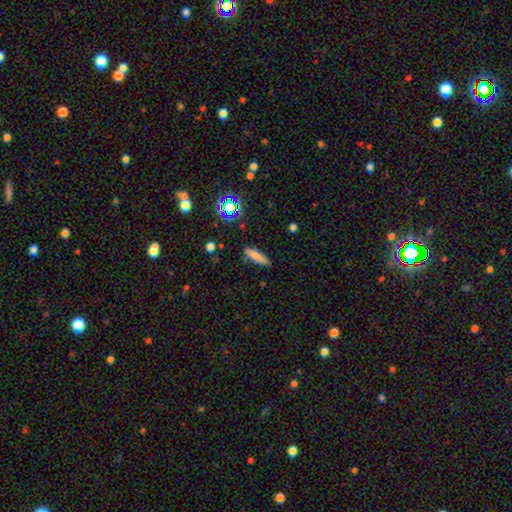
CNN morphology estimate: This appears to be a smooth galaxy with no disk features (80%) that is cigar-shaped (72%). Merging: none (84%).